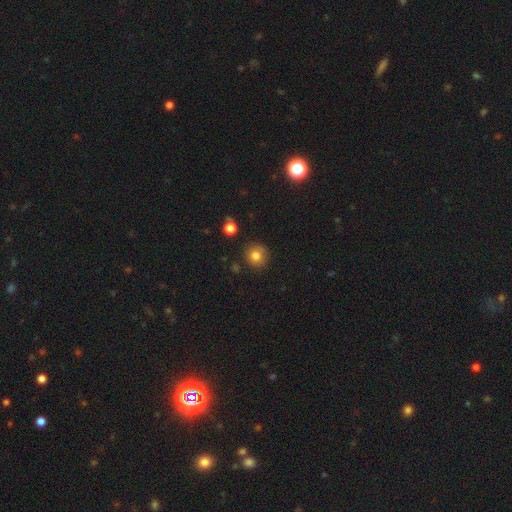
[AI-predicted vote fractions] Overall: smooth (81%). How rounded: round (89%). Merging: none (81%).